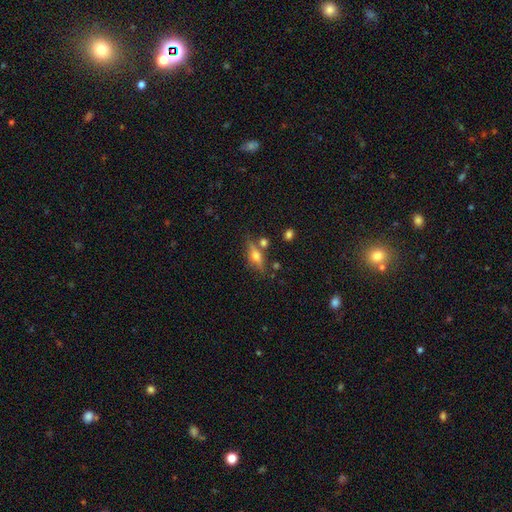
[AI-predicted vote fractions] The model was most divided on "smooth or featured": featured or disk: 50%, smooth: 40%, star or artifact: 9%. More confident: edge-on disk — yes (89%); merging — none (74%).